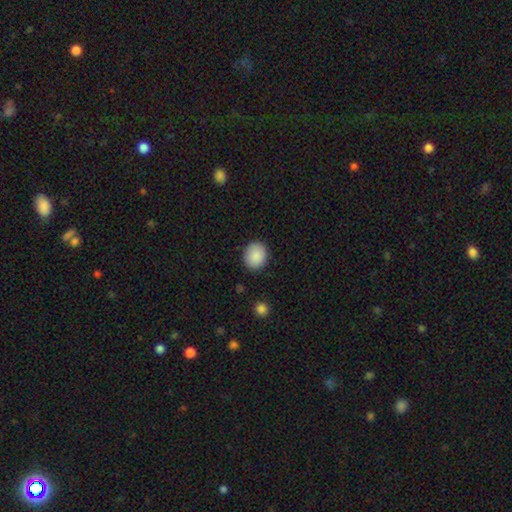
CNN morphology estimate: The model was most divided on "how rounded": round: 70%, in between: 29%, cigar-shaped: 1%. More confident: smooth or featured — smooth (89%); merging — none (88%).